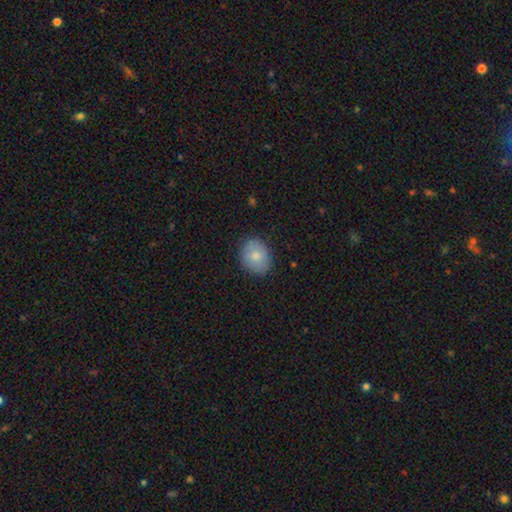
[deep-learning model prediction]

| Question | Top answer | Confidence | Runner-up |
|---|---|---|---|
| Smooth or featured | smooth | 79% | featured or disk (13%) |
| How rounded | round | 50% | in between (49%) |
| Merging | none | 83% | minor disturbance (13%) |